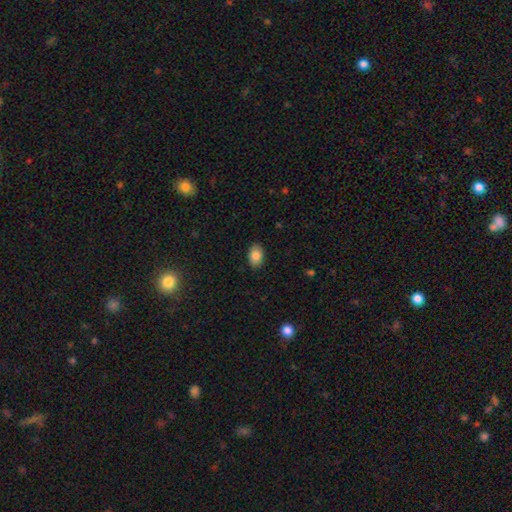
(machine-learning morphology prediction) The model was most divided on "how rounded": in between: 87%, round: 12%, cigar-shaped: 1%. More confident: merging — none (88%); smooth or featured — smooth (86%).